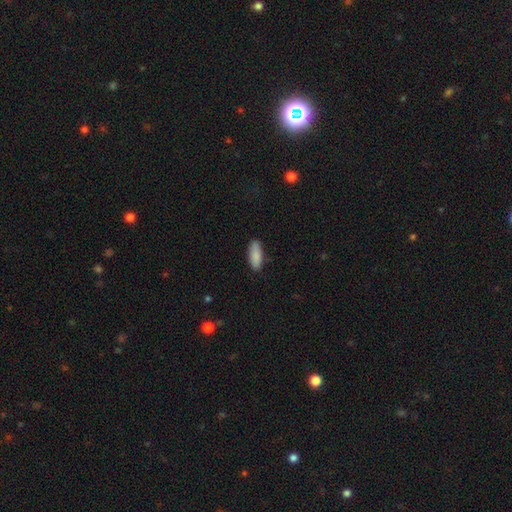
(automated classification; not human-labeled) Smooth or featured? smooth (88%)
How rounded? in between (73%)
Merging? none (84%)